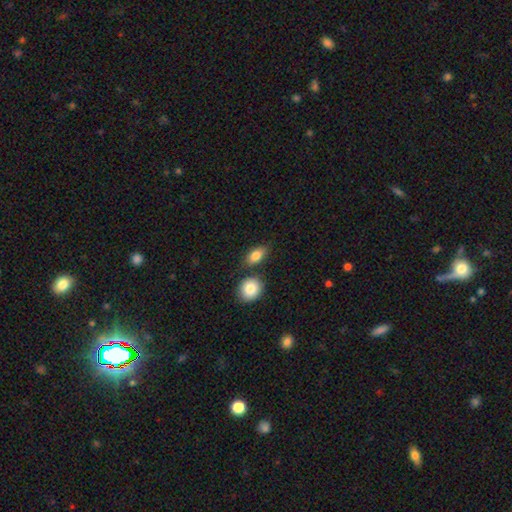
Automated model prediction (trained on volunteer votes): Smooth or featured?
  - smooth: 84% *
  - featured or disk: 9%
  - star or artifact: 7%
How rounded?
  - in between: 83% *
  - round: 13%
  - cigar-shaped: 4%
Merging?
  - none: 69% *
  - merger: 15%
  - minor disturbance: 13%
  - major disturbance: 3%